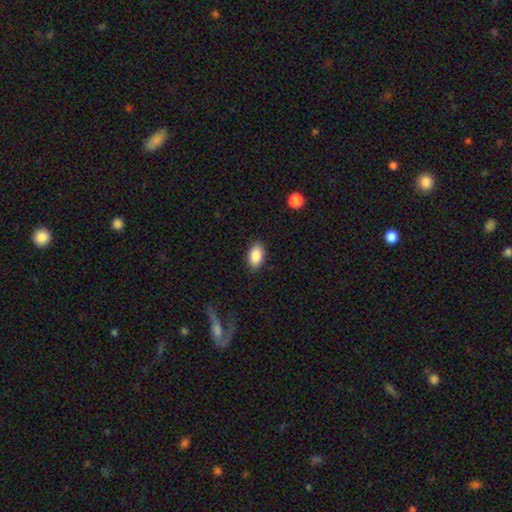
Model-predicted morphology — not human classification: Overall: smooth (88%). How rounded: in between (91%). Merging: none (88%).